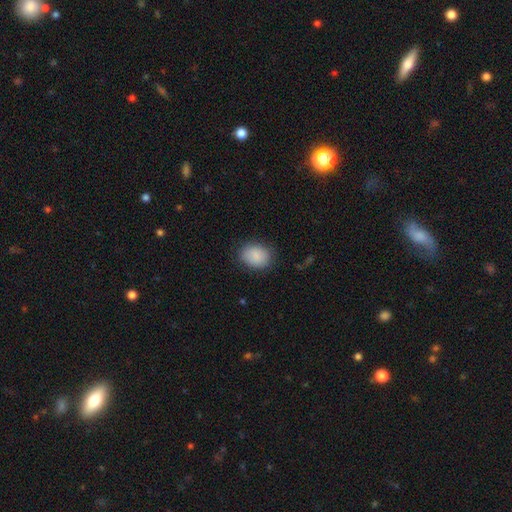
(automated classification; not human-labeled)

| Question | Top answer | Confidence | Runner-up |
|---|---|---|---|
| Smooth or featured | smooth | 88% | star or artifact (7%) |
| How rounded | in between | 61% | round (38%) |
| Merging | none | 81% | minor disturbance (14%) |